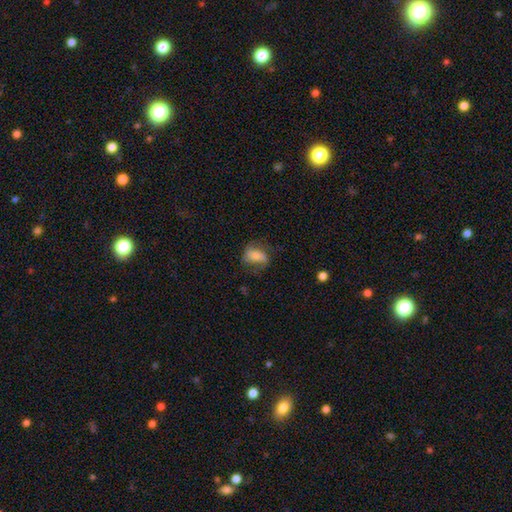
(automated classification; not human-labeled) smooth-or-featured: smooth: 50% | featured or disk: 41% | star or artifact: 9%
  how-rounded: in between: 79% | round: 17% | cigar-shaped: 3%
  merging: none: 55% | minor disturbance: 25% | major disturbance: 18% | merger: 2%